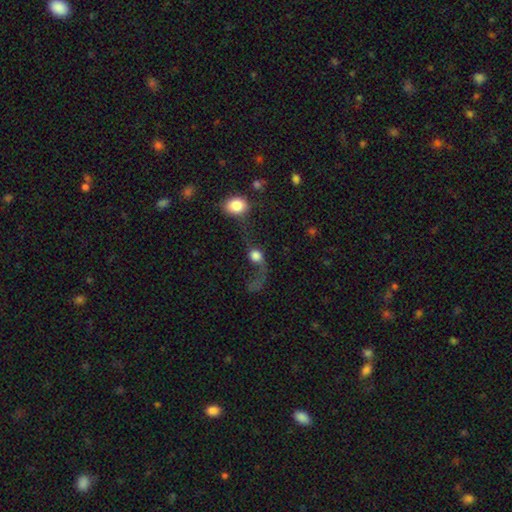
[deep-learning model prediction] smooth_or_featured: smooth (p=0.57) [alt: featured or disk p=0.31]
how_rounded: round (p=0.67) [alt: in between p=0.30]
merging: major disturbance (p=0.47) [alt: merger p=0.23]